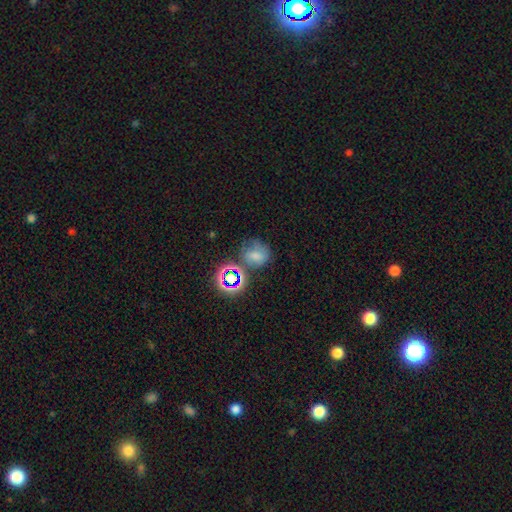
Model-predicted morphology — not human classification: Smooth or featured?
  - smooth: 56% *
  - star or artifact: 26%
  - featured or disk: 18%
How rounded?
  - round: 65% *
  - in between: 34%
  - cigar-shaped: 1%
Merging?
  - none: 53% *
  - minor disturbance: 22%
  - merger: 13%
  - major disturbance: 12%